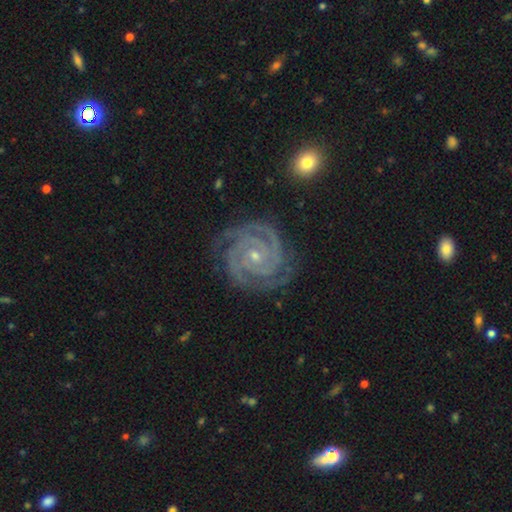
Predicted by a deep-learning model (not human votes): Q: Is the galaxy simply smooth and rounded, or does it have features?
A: featured or disk — 93%.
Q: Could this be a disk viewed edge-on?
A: no — 98%.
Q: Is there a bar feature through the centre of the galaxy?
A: no — 68%.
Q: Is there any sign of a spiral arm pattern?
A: yes — 99%.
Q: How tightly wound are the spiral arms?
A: tight — 85%.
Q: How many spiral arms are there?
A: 2 — 37%.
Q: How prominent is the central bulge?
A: small — 73%.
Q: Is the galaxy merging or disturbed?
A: none — 79%.